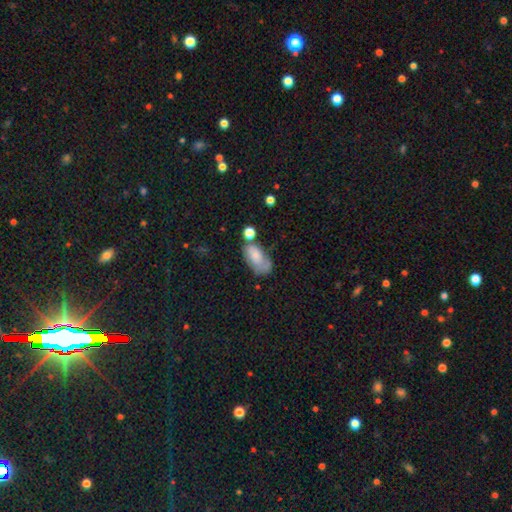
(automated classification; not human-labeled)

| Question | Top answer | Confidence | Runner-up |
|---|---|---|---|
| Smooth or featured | smooth | 70% | featured or disk (21%) |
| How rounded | in between | 92% | round (5%) |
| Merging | none | 36% | minor disturbance (28%) |